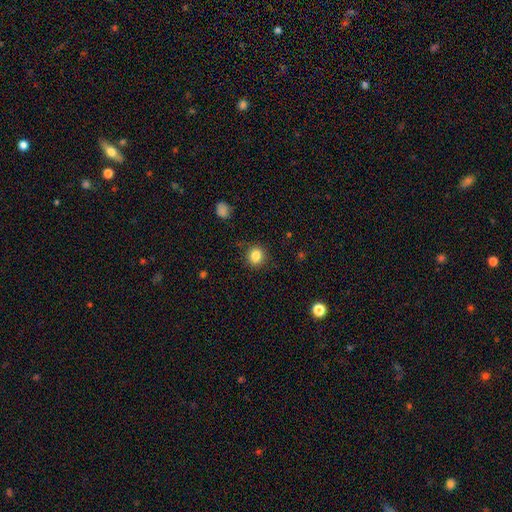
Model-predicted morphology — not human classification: Smooth or featured?
  - smooth: 84% *
  - star or artifact: 11%
  - featured or disk: 5%
How rounded?
  - round: 87% *
  - in between: 12%
  - cigar-shaped: 1%
Merging?
  - none: 87% *
  - minor disturbance: 9%
  - major disturbance: 3%
  - merger: 1%